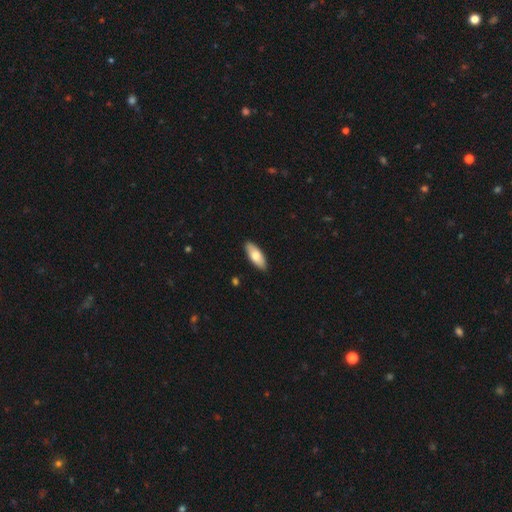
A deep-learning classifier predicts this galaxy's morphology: Smooth or featured?
  - smooth: 75% *
  - featured or disk: 20%
  - star or artifact: 5%
How rounded?
  - in between: 77% *
  - cigar-shaped: 21%
  - round: 2%
Merging?
  - none: 89% *
  - minor disturbance: 9%
  - major disturbance: 1%
  - merger: 1%